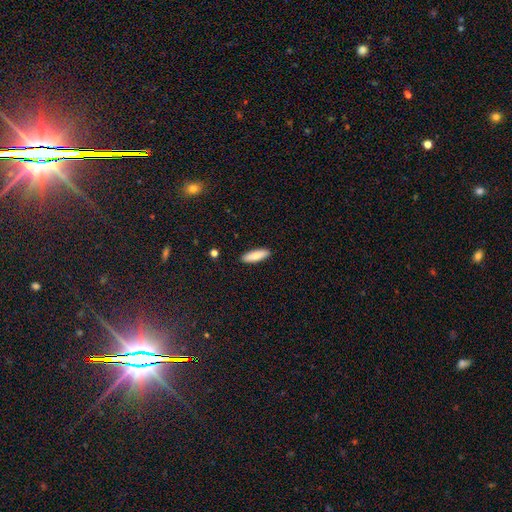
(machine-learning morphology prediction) smooth_or_featured: smooth (p=0.83) [alt: featured or disk p=0.11]
how_rounded: cigar-shaped (p=0.53) [alt: in between p=0.46]
merging: none (p=0.90) [alt: minor disturbance p=0.07]